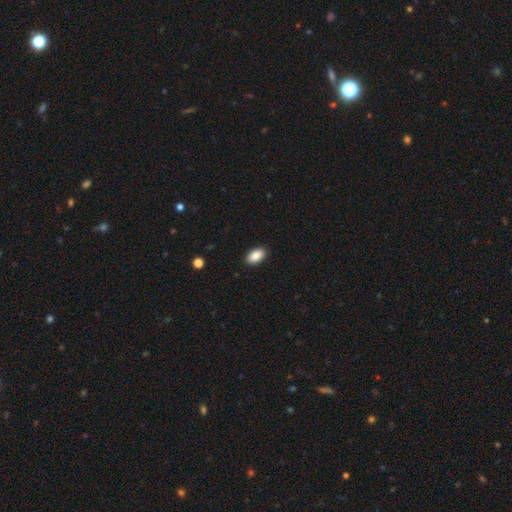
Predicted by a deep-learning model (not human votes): Smooth or featured? smooth (88%)
How rounded? in between (94%)
Merging? none (90%)